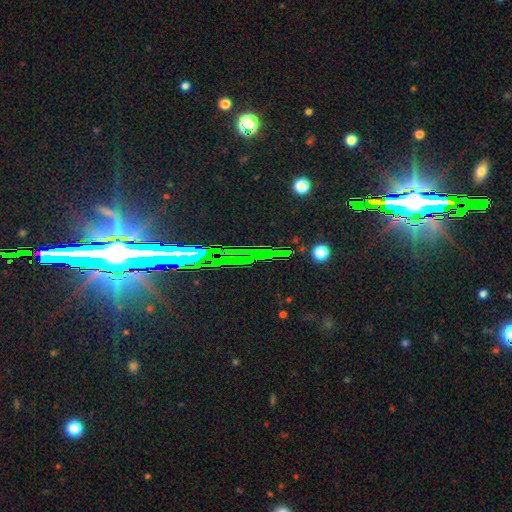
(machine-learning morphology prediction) This is likely a star or artifact rather than a galaxy (78%).